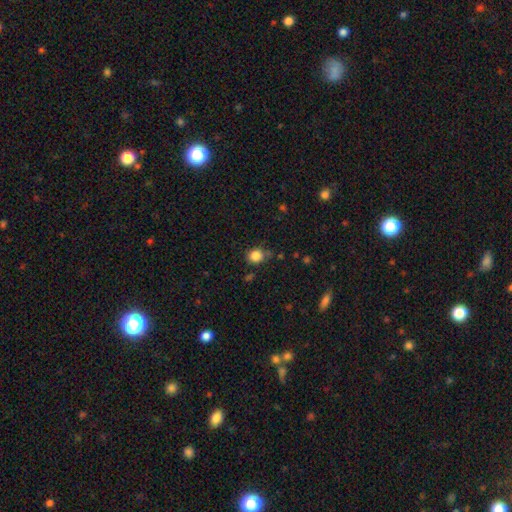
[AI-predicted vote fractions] Smooth or featured? Predicted: smooth (p=0.85). How rounded? Predicted: round (p=0.73). Merging? Predicted: none (p=0.73).